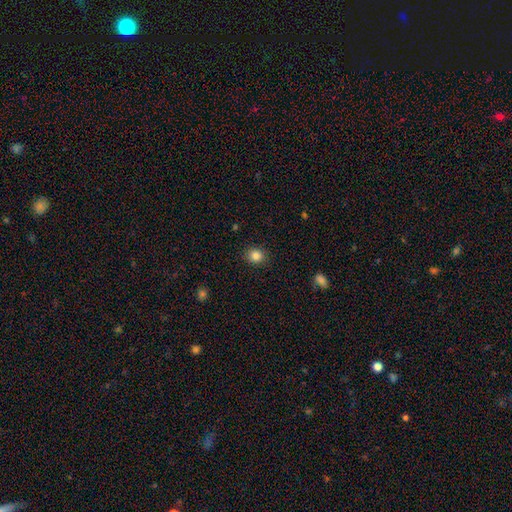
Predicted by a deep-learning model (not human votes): Q: Smooth or featured?
A: smooth (85%); runner-up: star or artifact (11%)
Q: How rounded?
A: round (76%); runner-up: in between (23%)
Q: Merging?
A: none (90%); runner-up: minor disturbance (7%)